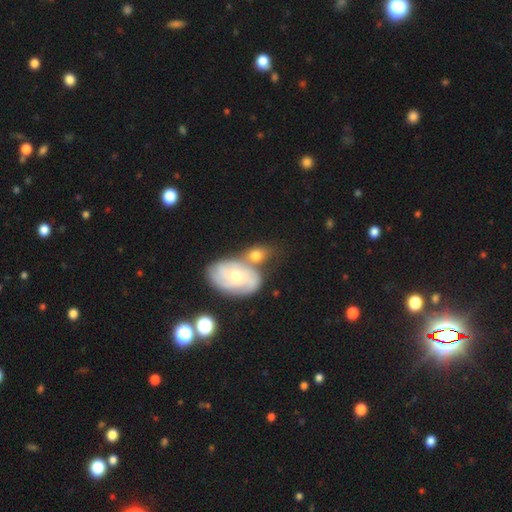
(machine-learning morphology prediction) Smooth or featured? smooth (48%)
Merging? merger (40%)